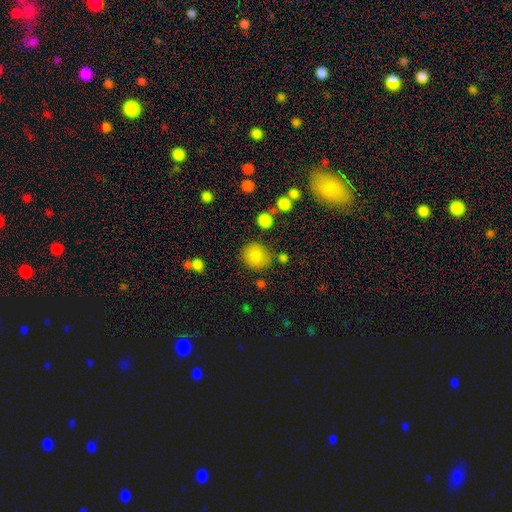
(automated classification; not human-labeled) Morphology: type=smooth (83%); roundness=round (82%); merging=none (80%).